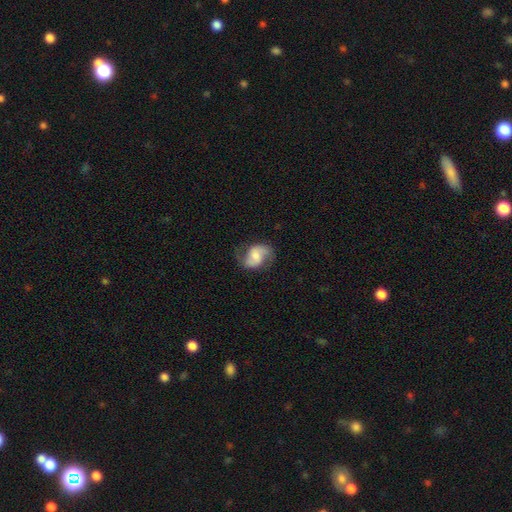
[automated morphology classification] type=featured or disk (58%); edge-on=no (97%); bar=no (45%); spiral arms=yes (90%); winding=loose (46%); arm count=2 (87%); bulge=moderate (38%); merging=none (65%).